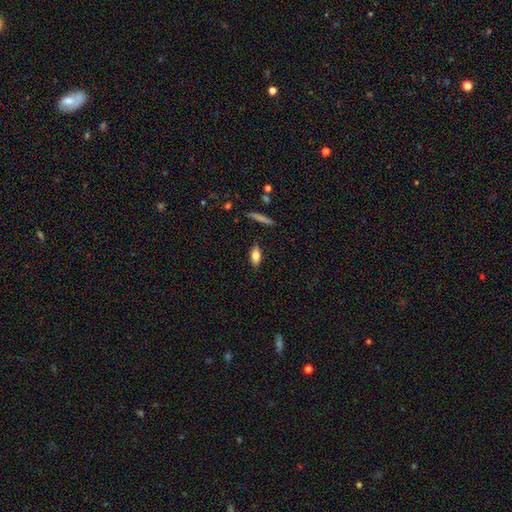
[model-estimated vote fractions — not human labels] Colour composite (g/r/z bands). It shows a smooth galaxy with no disk features (76%) that is in between round and cigar-shaped (82%). Merging: none (87%).